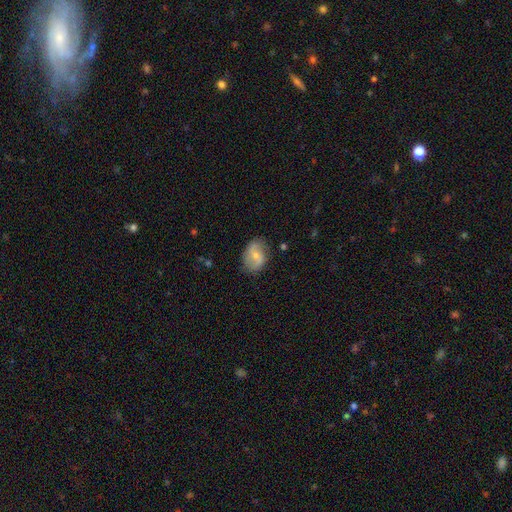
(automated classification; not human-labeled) Smooth or featured: featured or disk — 54% (smooth — 39%)
Edge-on disk: no — 96% (yes — 4%)
Bar: no — 47% (weak — 40%)
Spiral arms: yes — 77% (no — 23%)
Bulge size: moderate — 48% (small — 47%)
Merging: none — 75% (minor disturbance — 18%)